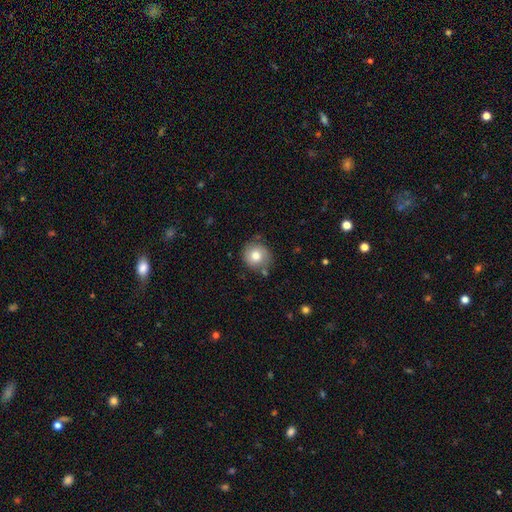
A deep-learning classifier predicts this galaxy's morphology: This is likely a smooth galaxy (76%). How rounded: clearly round (91%). Merging: likely none (78%).